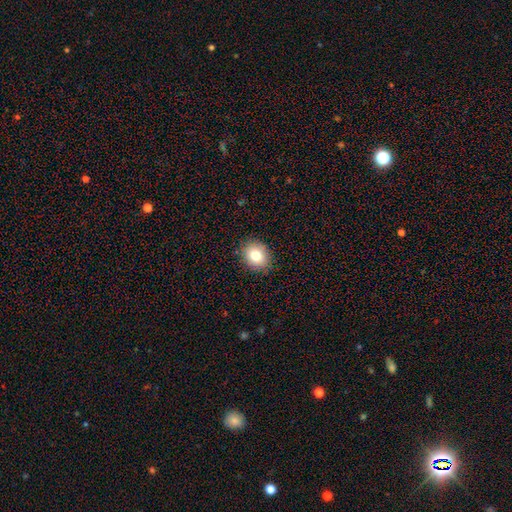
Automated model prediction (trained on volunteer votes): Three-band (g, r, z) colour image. It shows a smooth galaxy with no disk features (81%) that is round (55%). Merging: none (88%).